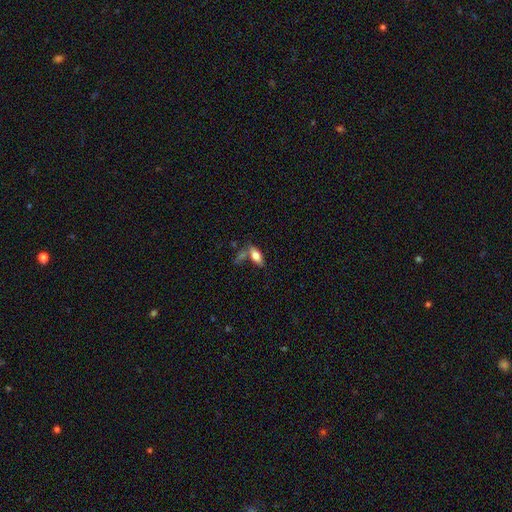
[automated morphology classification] Smooth or featured: smooth — 73% (featured or disk — 20%)
How rounded: in between — 81% (cigar-shaped — 16%)
Merging: none — 54% (merger — 22%)